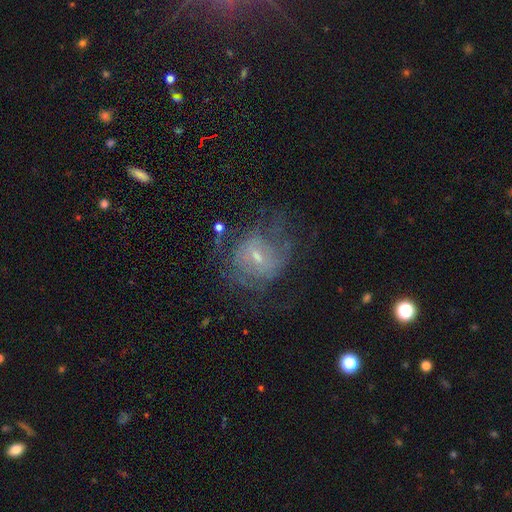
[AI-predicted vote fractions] smooth_or_featured: featured or disk (p=0.68) [alt: smooth p=0.21]
disk_edge_on: no (p=0.97) [alt: yes p=0.03]
bar: weak (p=0.52) [alt: no p=0.35]
has_spiral_arms: yes (p=0.70) [alt: no p=0.30]
bulge_size: small (p=0.62) [alt: moderate p=0.30]
merging: none (p=0.55) [alt: major disturbance p=0.22]